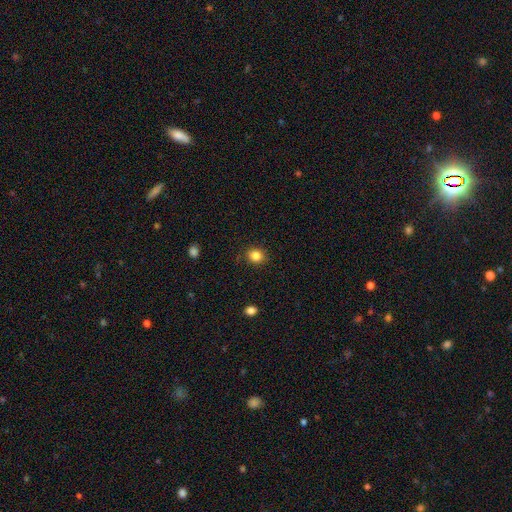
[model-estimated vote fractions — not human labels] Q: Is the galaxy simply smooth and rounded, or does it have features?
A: smooth — 84%.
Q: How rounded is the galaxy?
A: round — 76%.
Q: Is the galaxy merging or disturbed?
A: none — 88%.